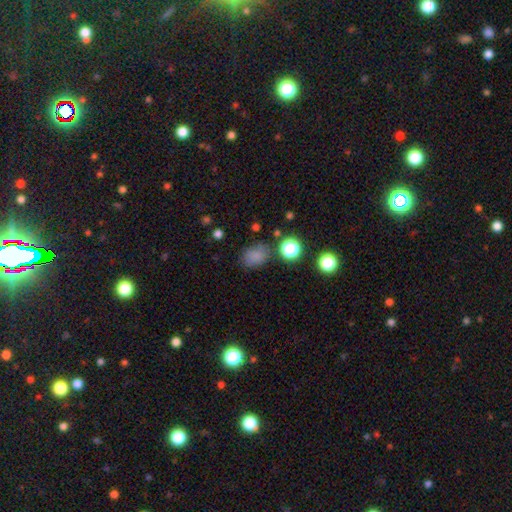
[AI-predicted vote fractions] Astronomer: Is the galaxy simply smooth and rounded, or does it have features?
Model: smooth — 78%.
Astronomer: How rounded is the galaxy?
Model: in between — 60% (runner-up: round, 39%).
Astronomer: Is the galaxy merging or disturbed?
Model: none — 72%.